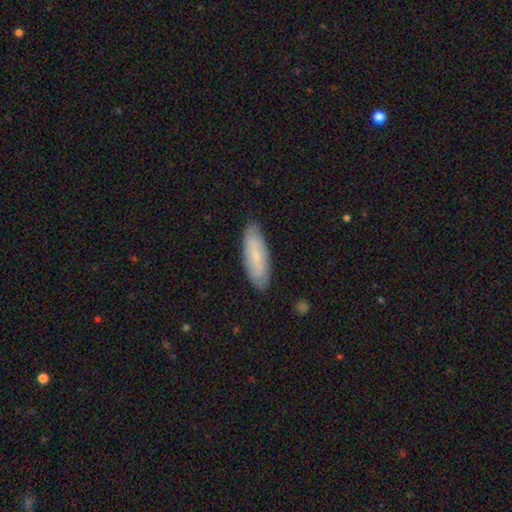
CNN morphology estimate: A smooth galaxy with no disk features (57%) that is in between round and cigar-shaped (62%).

Vote fractions:
- Smooth or featured? smooth: 57% / featured or disk: 36% / star or artifact: 7%
- How rounded? in between: 62% / cigar-shaped: 36% / round: 2%
- Merging? none: 84% / minor disturbance: 12% / major disturbance: 2% / merger: 1%